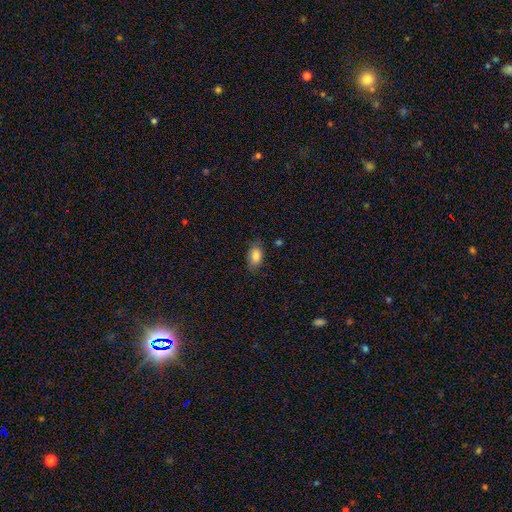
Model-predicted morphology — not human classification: type=smooth (85%); roundness=in between (89%); merging=none (78%).